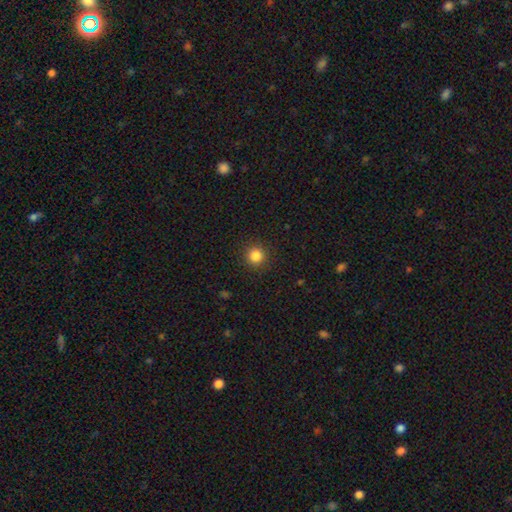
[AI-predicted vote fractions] Smooth or featured?
  - smooth: 84% *
  - star or artifact: 12%
  - featured or disk: 4%
How rounded?
  - round: 93% *
  - in between: 6%
  - cigar-shaped: 1%
Merging?
  - none: 91% *
  - minor disturbance: 6%
  - major disturbance: 2%
  - merger: 1%